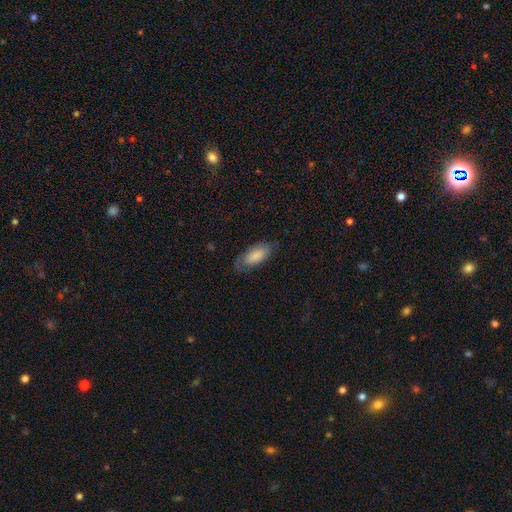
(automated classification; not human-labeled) A smooth galaxy with no disk features (74%) that is in between round and cigar-shaped (89%).

Vote fractions:
- Smooth or featured? smooth: 74% / featured or disk: 20% / star or artifact: 6%
- How rounded? in between: 89% / cigar-shaped: 9% / round: 2%
- Merging? none: 66% / minor disturbance: 24% / major disturbance: 9% / merger: 1%